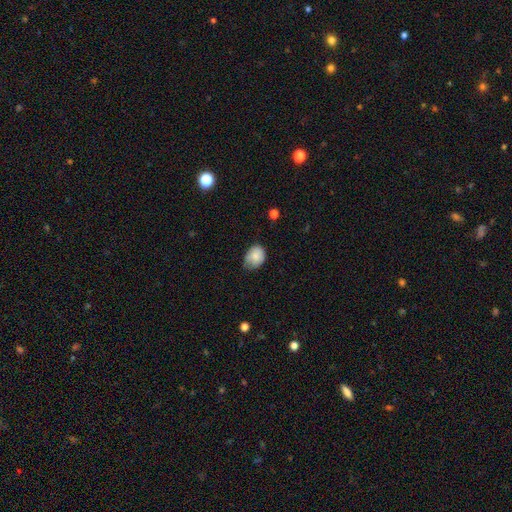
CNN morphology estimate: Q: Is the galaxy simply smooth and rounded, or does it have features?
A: smooth — 79%.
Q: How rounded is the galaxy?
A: in between — 60%.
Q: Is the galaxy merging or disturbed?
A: none — 50%.